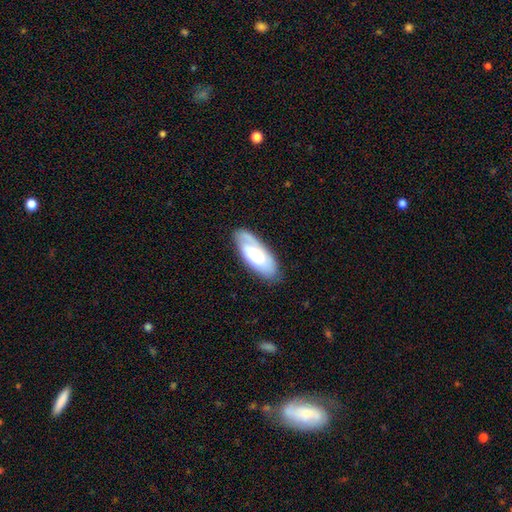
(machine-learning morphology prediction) smooth 57%, featured or disk 37%, star or artifact 6%. Down the decision tree: how rounded — in between (83%); merging — none (76%).